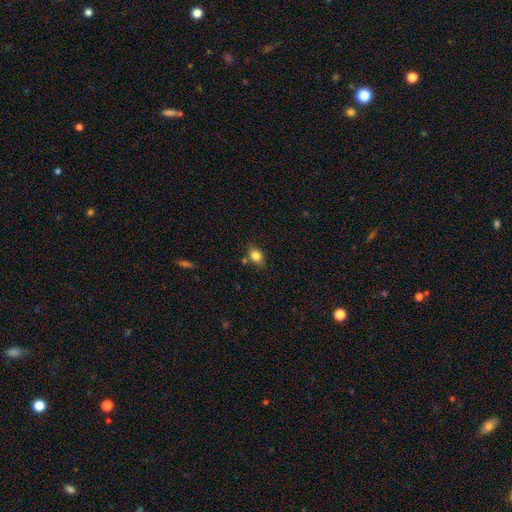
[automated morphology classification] Smooth or featured: smooth — 82% (star or artifact — 10%)
How rounded: in between — 59% (round — 39%)
Merging: none — 72% (minor disturbance — 17%)